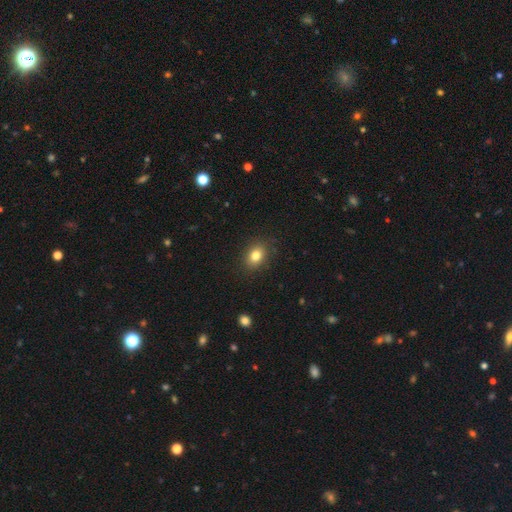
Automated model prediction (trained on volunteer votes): A smooth galaxy with no disk features (82%) that is in between round and cigar-shaped (65%). Merging: none (87%).